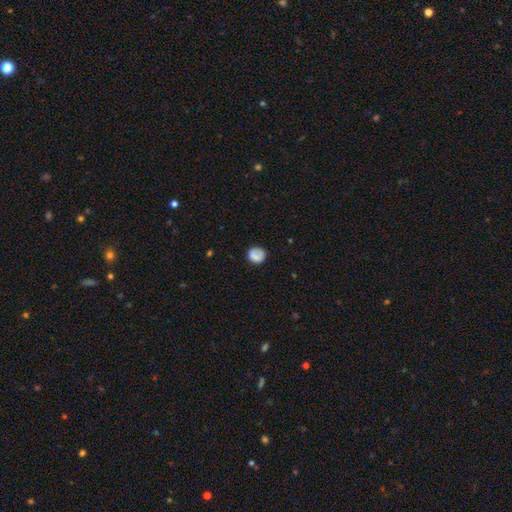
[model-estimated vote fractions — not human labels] A smooth galaxy with no disk features (79%) that is round (83%). Merging: none (77%).